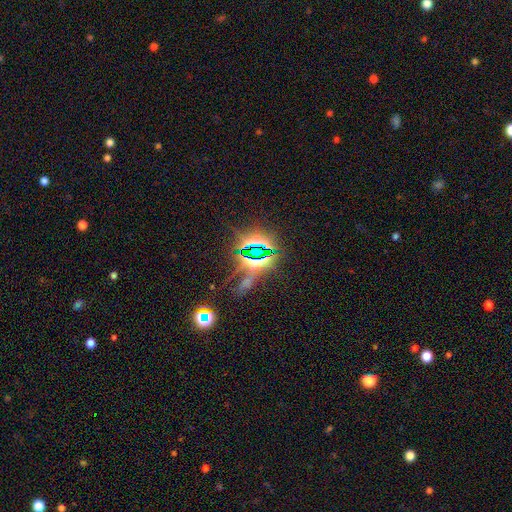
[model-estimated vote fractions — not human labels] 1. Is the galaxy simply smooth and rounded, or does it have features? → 79% star or artifact, 12% smooth, 10% featured or disk.